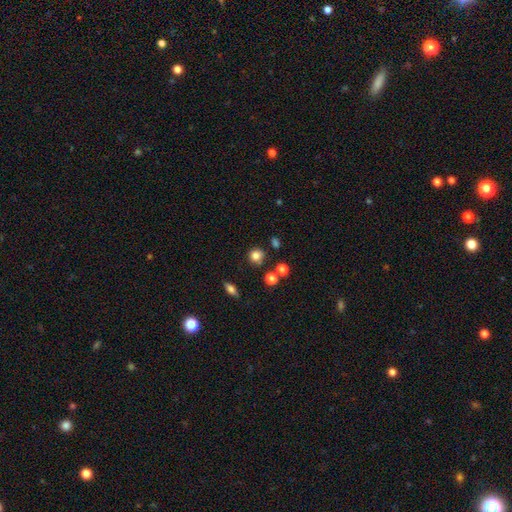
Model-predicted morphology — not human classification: A smooth galaxy with no disk features (80%) that is round (86%).

Vote fractions:
- Smooth or featured? smooth: 80% / star or artifact: 13% / featured or disk: 7%
- How rounded? round: 86% / in between: 13% / cigar-shaped: 1%
- Merging? none: 78% / minor disturbance: 12% / merger: 6% / major disturbance: 3%